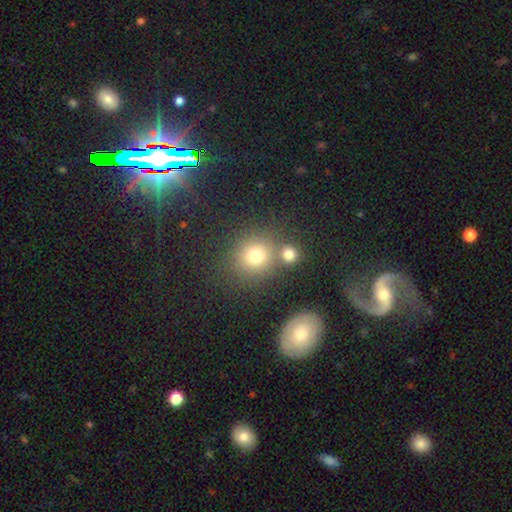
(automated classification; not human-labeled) smooth 74%, star or artifact 17%, featured or disk 9%. Down the decision tree: how rounded — round (85%); merging — none (66%).